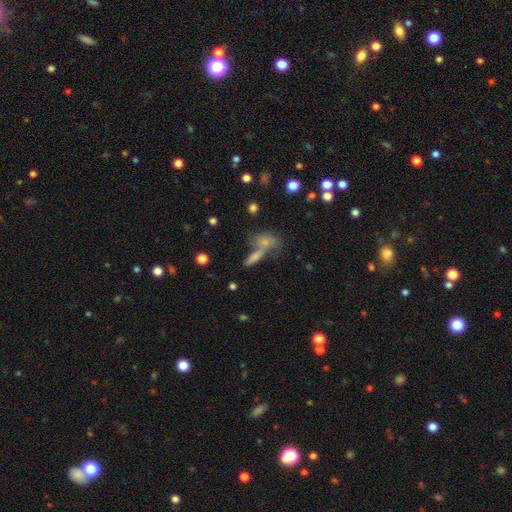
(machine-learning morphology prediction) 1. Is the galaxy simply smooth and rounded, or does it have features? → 55% smooth, 24% featured or disk, 21% star or artifact.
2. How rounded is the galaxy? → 51% in between, 34% cigar-shaped, 15% round.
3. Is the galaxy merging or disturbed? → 43% none, 42% merger, 10% minor disturbance, 6% major disturbance.